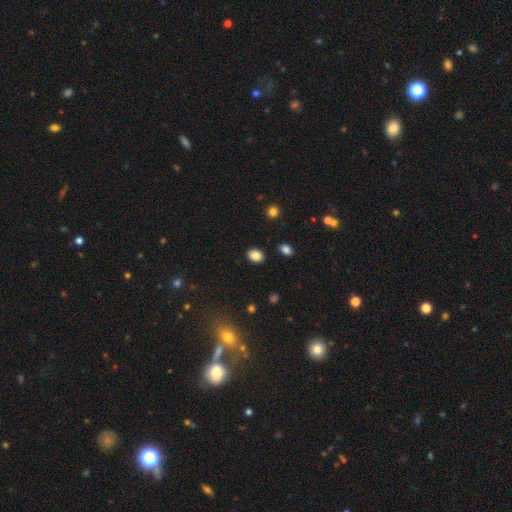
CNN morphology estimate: Smooth or featured? Predicted: smooth (p=0.85). How rounded? Predicted: in between (p=0.53). Merging? Predicted: none (p=0.88).